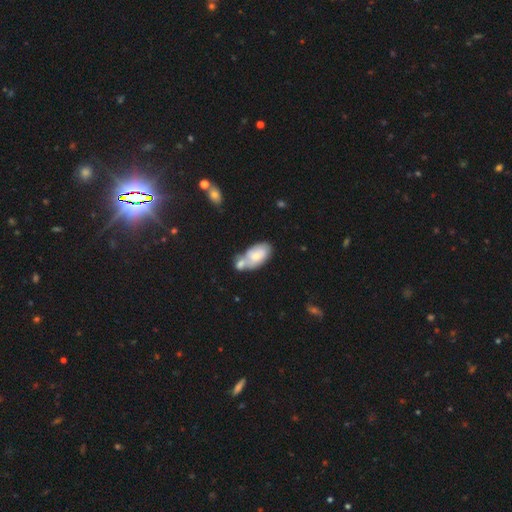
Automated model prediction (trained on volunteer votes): Smooth or featured?
  - smooth: 64% *
  - featured or disk: 30%
  - star or artifact: 6%
How rounded?
  - in between: 93% *
  - round: 4%
  - cigar-shaped: 3%
Merging?
  - merger: 55% *
  - none: 25%
  - minor disturbance: 15%
  - major disturbance: 6%